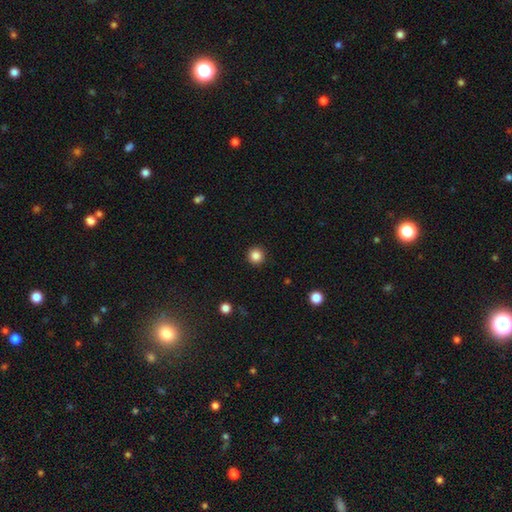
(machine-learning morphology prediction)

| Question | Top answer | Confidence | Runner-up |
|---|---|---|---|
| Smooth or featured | smooth | 86% | star or artifact (11%) |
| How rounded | round | 96% | in between (3%) |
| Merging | none | 93% | minor disturbance (4%) |